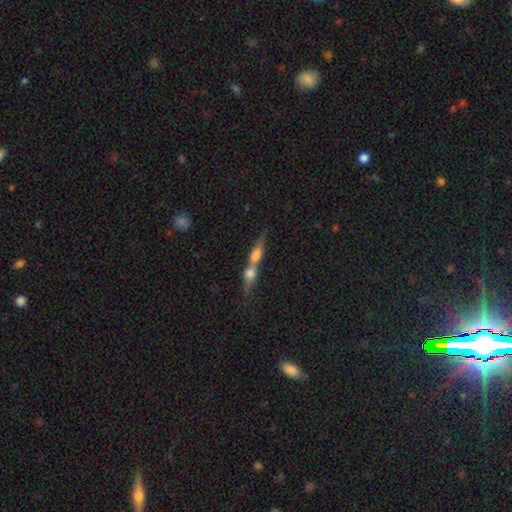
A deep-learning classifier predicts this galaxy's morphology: This is possibly a smooth galaxy (48%). Merging: likely merger (71%).